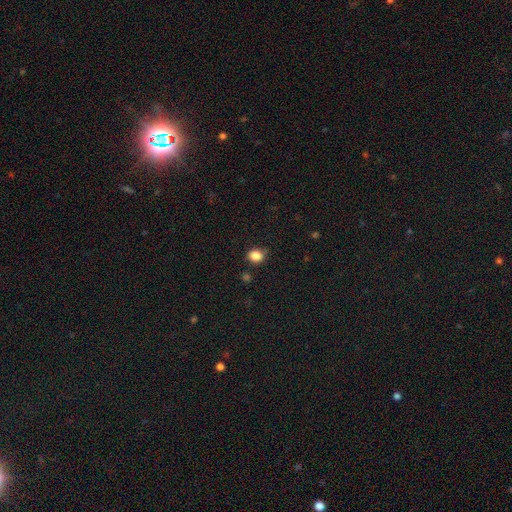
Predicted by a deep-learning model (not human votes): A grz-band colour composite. It shows a smooth galaxy with no disk features (86%) that is round (65%). Merging: none (82%).